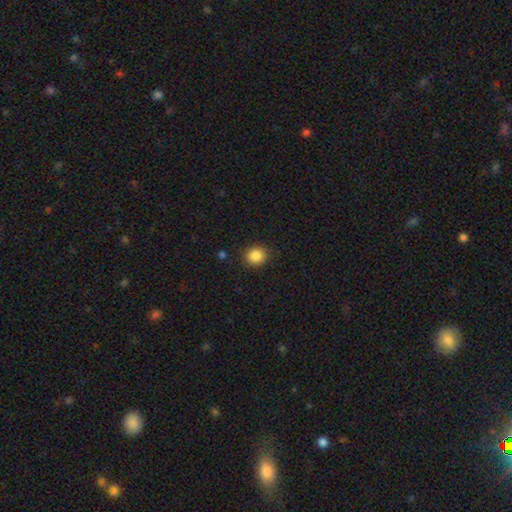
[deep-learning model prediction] Morphology: type=smooth (86%); roundness=round (85%); merging=none (89%).